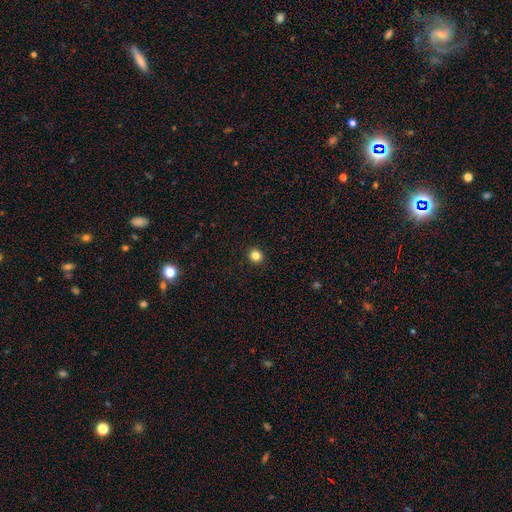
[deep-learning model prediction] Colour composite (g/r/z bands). It shows a smooth galaxy with no disk features (84%) that is round (89%). Merging: none (93%).